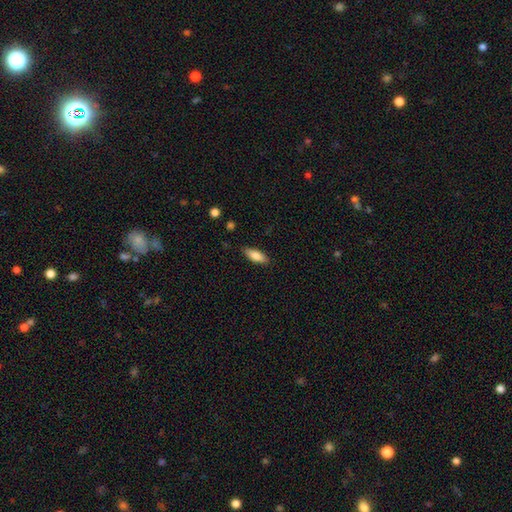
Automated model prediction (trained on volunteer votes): Overall: smooth (82%). How rounded: in between (72%). Merging: none (85%).